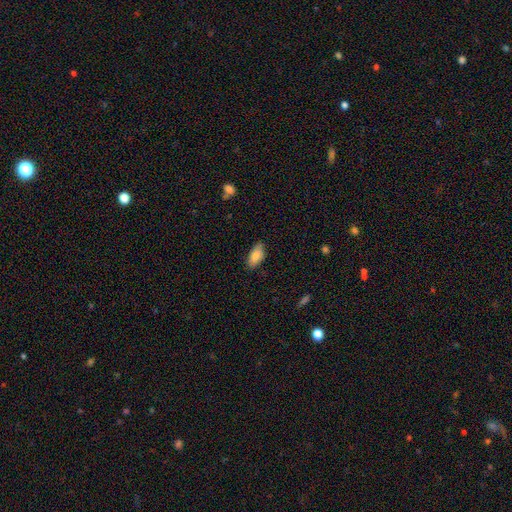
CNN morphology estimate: Smooth or featured?
  - smooth: 81% *
  - featured or disk: 12%
  - star or artifact: 7%
How rounded?
  - in between: 89% *
  - cigar-shaped: 8%
  - round: 3%
Merging?
  - none: 81% *
  - minor disturbance: 15%
  - major disturbance: 2%
  - merger: 1%